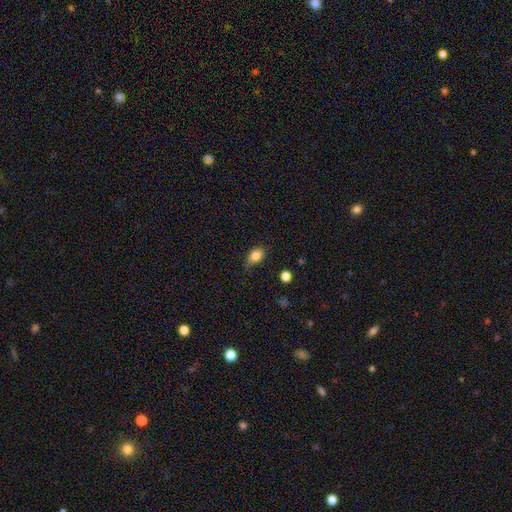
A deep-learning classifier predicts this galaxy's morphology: This appears to be a smooth galaxy with no disk features (84%) that is in between round and cigar-shaped (82%). Merging: none (62%).